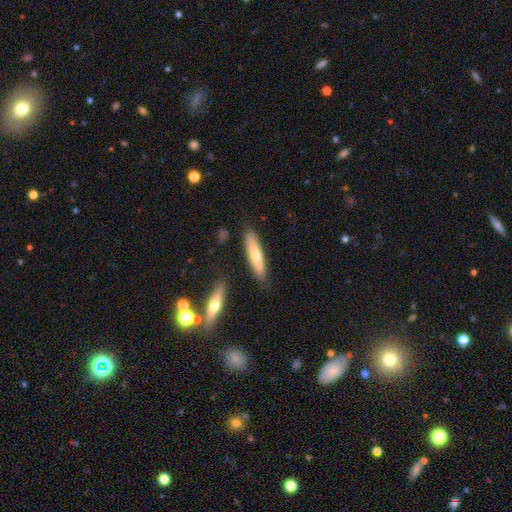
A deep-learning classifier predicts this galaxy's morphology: Q: Smooth or featured?
A: smooth (67%); runner-up: featured or disk (28%)
Q: How rounded?
A: cigar-shaped (81%); runner-up: in between (17%)
Q: Merging?
A: none (83%); runner-up: minor disturbance (11%)